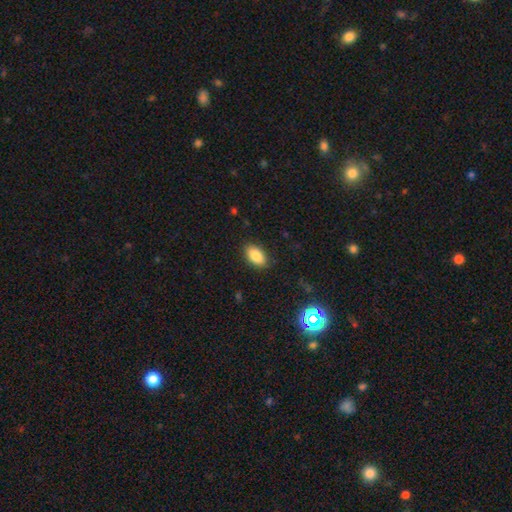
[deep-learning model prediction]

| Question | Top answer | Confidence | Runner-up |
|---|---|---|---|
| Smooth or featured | smooth | 86% | star or artifact (8%) |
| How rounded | in between | 92% | round (5%) |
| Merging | none | 87% | minor disturbance (9%) |